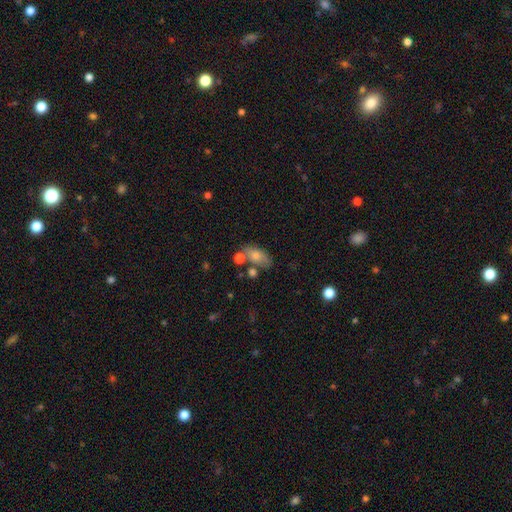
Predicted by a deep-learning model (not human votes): smooth-or-featured: smooth: 74% | featured or disk: 17% | star or artifact: 9%
  how-rounded: in between: 86% | round: 8% | cigar-shaped: 6%
  merging: none: 53% | minor disturbance: 20% | merger: 18% | major disturbance: 8%